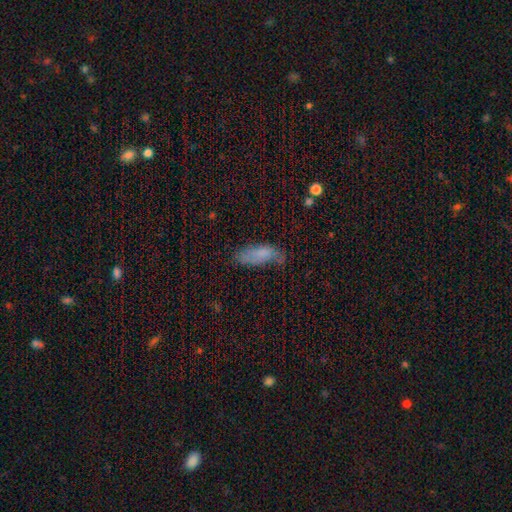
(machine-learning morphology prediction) type=smooth (72%); roundness=in between (59%); merging=none (52%).